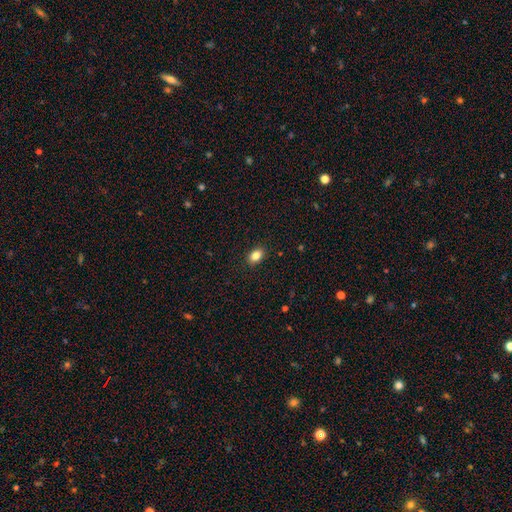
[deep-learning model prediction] This is clearly a smooth galaxy (84%). How rounded: likely in between (80%). Merging: clearly none (89%).